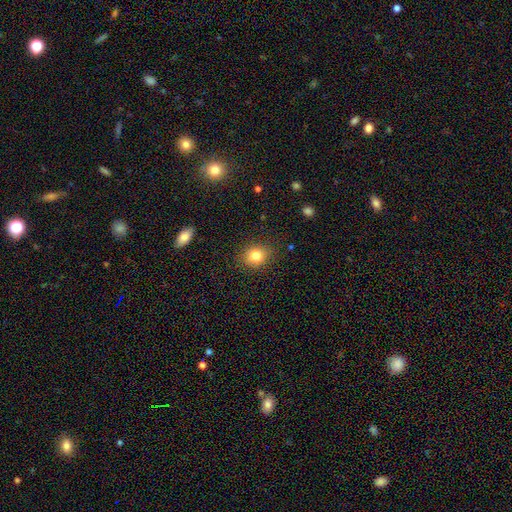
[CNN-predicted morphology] Smooth or featured? smooth (82%)
How rounded? round (68%)
Merging? none (86%)